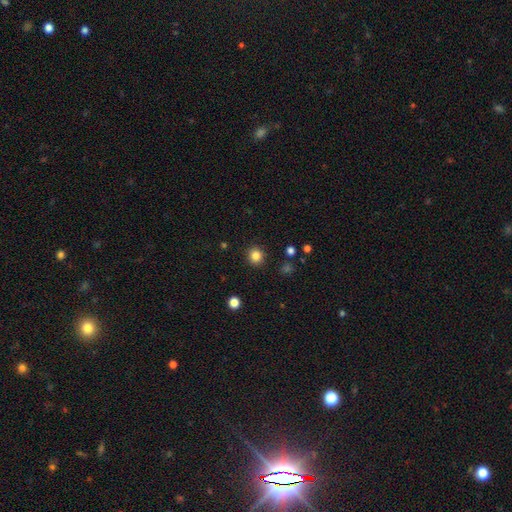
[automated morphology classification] smooth_or_featured: smooth (p=0.84) [alt: star or artifact p=0.12]
how_rounded: round (p=0.90) [alt: in between p=0.09]
merging: none (p=0.91) [alt: minor disturbance p=0.06]